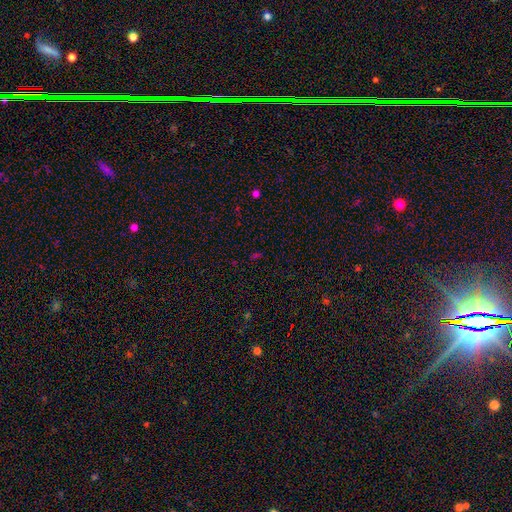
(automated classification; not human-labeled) Q: Smooth or featured?
A: star or artifact (55%); runner-up: smooth (37%)